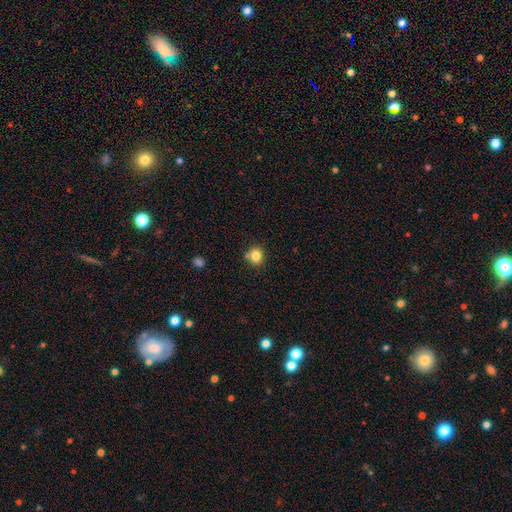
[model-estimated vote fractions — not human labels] The model was most divided on "how rounded": round: 75%, in between: 24%, cigar-shaped: 1%. More confident: smooth or featured — smooth (82%); merging — none (74%).